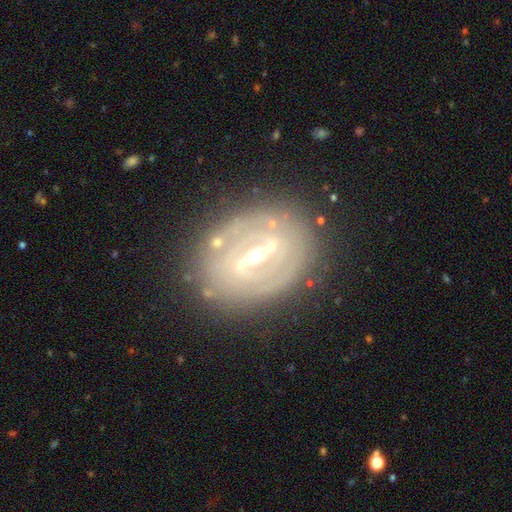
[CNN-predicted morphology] smooth-or-featured: featured or disk: 82% | smooth: 11% | star or artifact: 7%
  disk-edge-on: no: 88% | yes: 12%
    bar: strong: 70% | weak: 23% | no: 7%
    has-spiral-arms: yes: 57% | no: 43%
    bulge-size: small: 50% | moderate: 44% | large: 3% | none: 2% | dominant: 1%
  merging: none: 80% | minor disturbance: 12% | major disturbance: 5% | merger: 2%